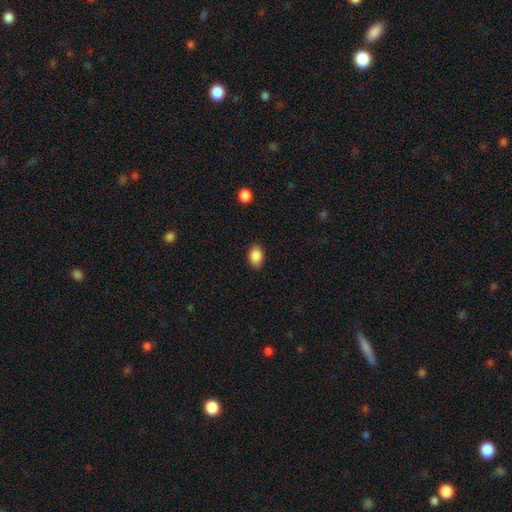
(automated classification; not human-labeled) Q: Smooth or featured?
A: smooth (88%); runner-up: star or artifact (8%)
Q: How rounded?
A: in between (83%); runner-up: round (16%)
Q: Merging?
A: none (86%); runner-up: minor disturbance (10%)